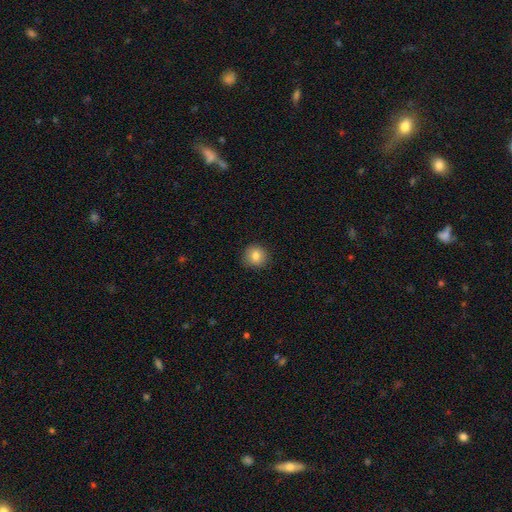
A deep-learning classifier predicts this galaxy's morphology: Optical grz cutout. It shows a smooth galaxy with no disk features (82%) that is round (90%). Merging: none (89%).